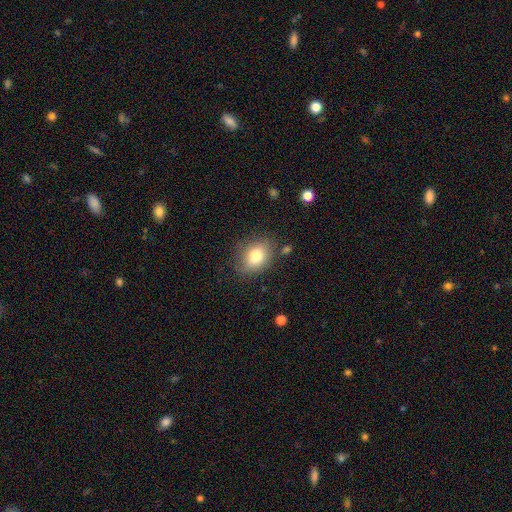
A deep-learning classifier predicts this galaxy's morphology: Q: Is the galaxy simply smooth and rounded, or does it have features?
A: smooth — 80%.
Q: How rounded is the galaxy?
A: in between — 64%.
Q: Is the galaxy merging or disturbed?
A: none — 77%.